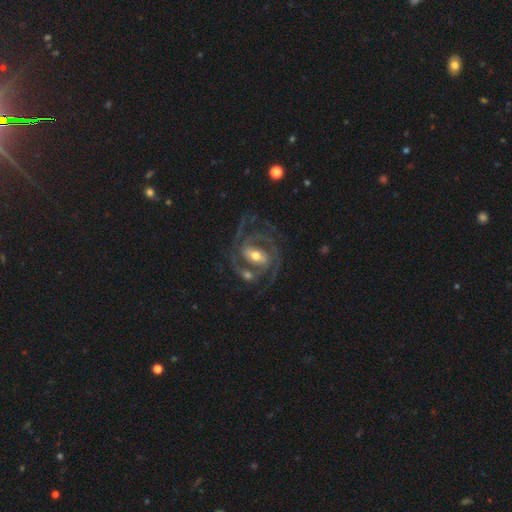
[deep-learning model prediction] smooth_or_featured: featured or disk (p=0.90) [alt: smooth p=0.05]
disk_edge_on: no (p=0.97) [alt: yes p=0.03]
bar: strong (p=0.44) [alt: weak p=0.37]
has_spiral_arms: yes (p=0.97) [alt: no p=0.03]
spiral_winding: tight (p=0.45) [tied with: medium p=0.45]
spiral_arm_count: 2 (p=0.54) [alt: 3 p=0.21]
bulge_size: moderate (p=0.67) [alt: small p=0.23]
merging: none (p=0.60) [alt: minor disturbance p=0.16]